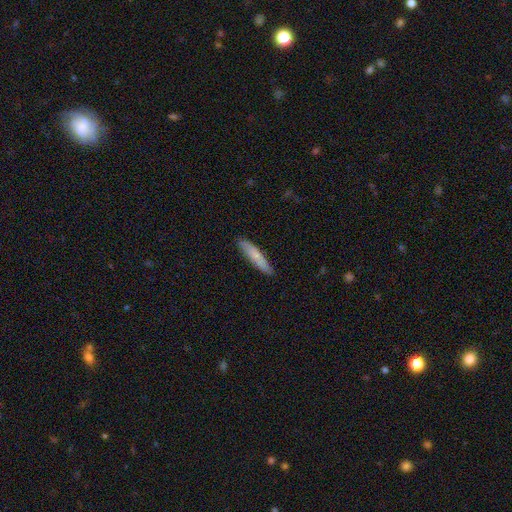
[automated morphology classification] A smooth galaxy with no disk features (70%) that is cigar-shaped (87%).

Vote fractions:
- Smooth or featured? smooth: 70% / featured or disk: 24% / star or artifact: 6%
- How rounded? cigar-shaped: 87% / in between: 12% / round: 1%
- Merging? none: 85% / minor disturbance: 12% / major disturbance: 2% / merger: 1%